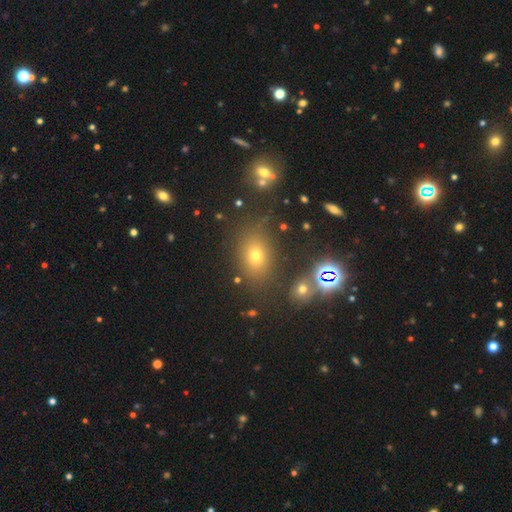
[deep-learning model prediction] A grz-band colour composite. It shows a smooth galaxy with no disk features (63%) that is in between round and cigar-shaped (69%). Merging: none (78%).